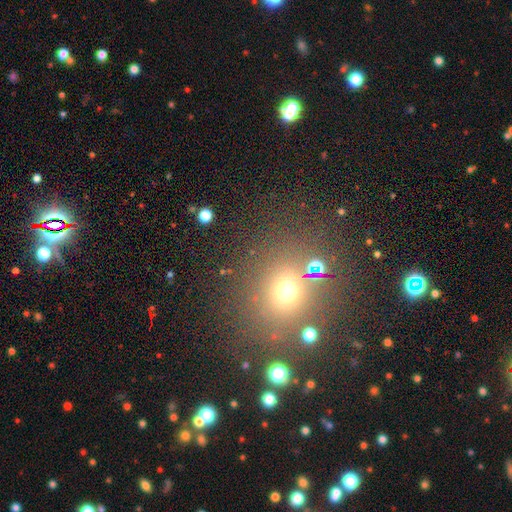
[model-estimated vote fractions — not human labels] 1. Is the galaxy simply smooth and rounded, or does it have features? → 50% smooth, 39% star or artifact, 10% featured or disk.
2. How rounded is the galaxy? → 75% round, 24% in between, 2% cigar-shaped.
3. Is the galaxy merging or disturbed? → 80% none, 9% minor disturbance, 6% merger, 4% major disturbance.